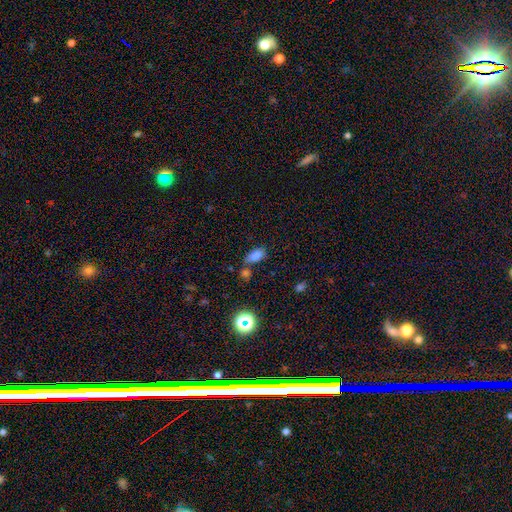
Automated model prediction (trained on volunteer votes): smooth_or_featured: smooth (p=0.77) [alt: star or artifact p=0.15]
how_rounded: in between (p=0.88) [alt: round p=0.08]
merging: none (p=0.53) [alt: merger p=0.25]